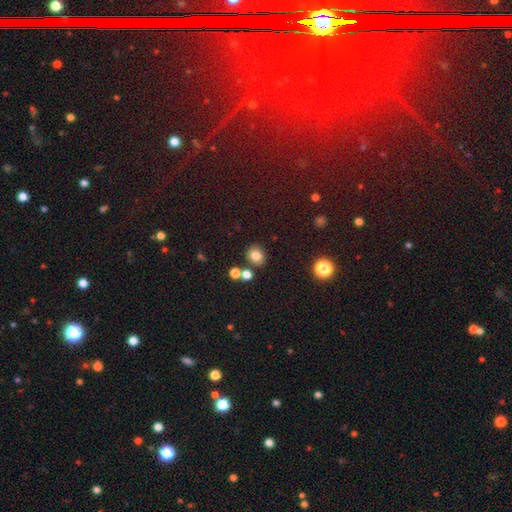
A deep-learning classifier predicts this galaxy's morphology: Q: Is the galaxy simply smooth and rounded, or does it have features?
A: smooth — 79%.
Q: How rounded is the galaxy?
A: round — 70%.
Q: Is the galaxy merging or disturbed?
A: none — 77%.